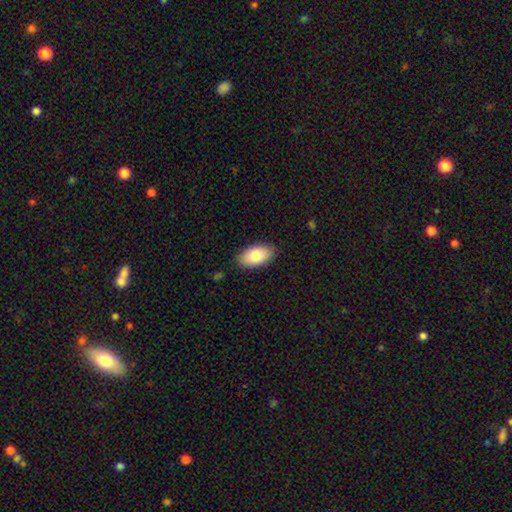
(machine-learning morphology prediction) type=smooth (83%); roundness=in between (94%); merging=none (86%).